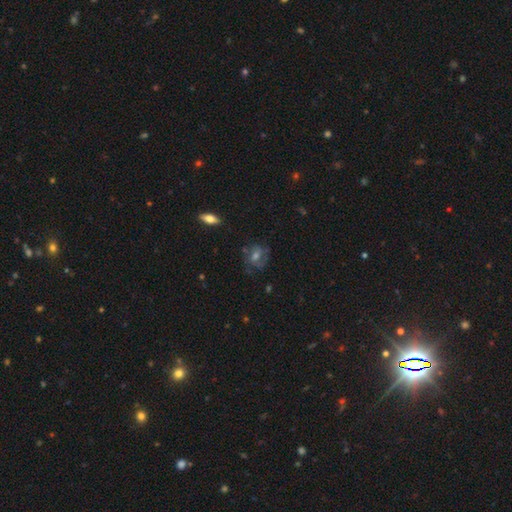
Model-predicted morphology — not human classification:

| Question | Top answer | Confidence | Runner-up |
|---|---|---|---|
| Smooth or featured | featured or disk | 61% | smooth (23%) |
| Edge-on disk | no | 95% | yes (5%) |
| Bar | no | 49% | weak (40%) |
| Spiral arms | yes | 78% | no (22%) |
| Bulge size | moderate | 52% | small (31%) |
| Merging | none | 70% | minor disturbance (17%) |